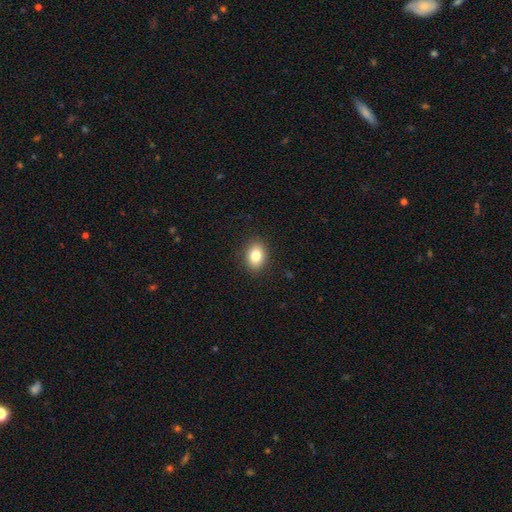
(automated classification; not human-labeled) smooth_or_featured: smooth (p=0.83) [alt: star or artifact p=0.09]
how_rounded: in between (p=0.71) [alt: round p=0.28]
merging: none (p=0.89) [alt: minor disturbance p=0.08]